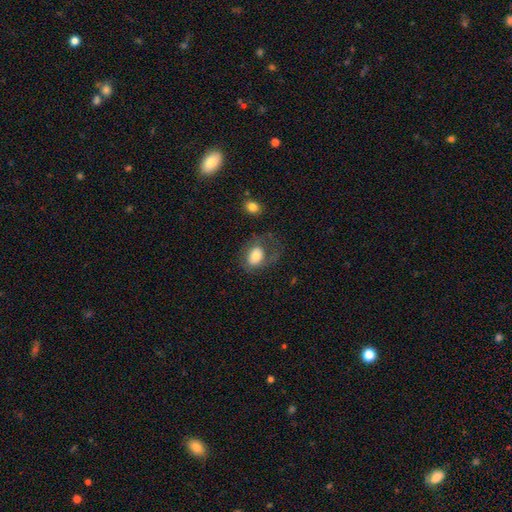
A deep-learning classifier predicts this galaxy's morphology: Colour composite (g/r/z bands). It shows a smooth galaxy with no disk features (69%) that is in between round and cigar-shaped (72%). Merging: none (42%).